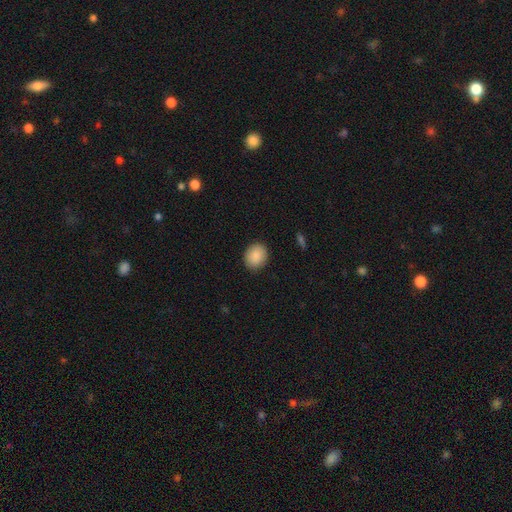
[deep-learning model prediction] smooth_or_featured: smooth (p=0.90) [alt: star or artifact p=0.07]
how_rounded: round (p=0.57) [alt: in between p=0.42]
merging: none (p=0.89) [alt: minor disturbance p=0.08]